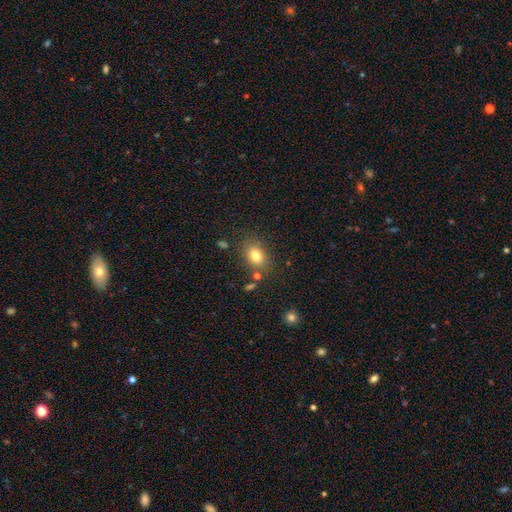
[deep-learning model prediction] Smooth or featured: smooth — 80% (star or artifact — 11%)
How rounded: in between — 68% (round — 31%)
Merging: none — 78% (minor disturbance — 12%)